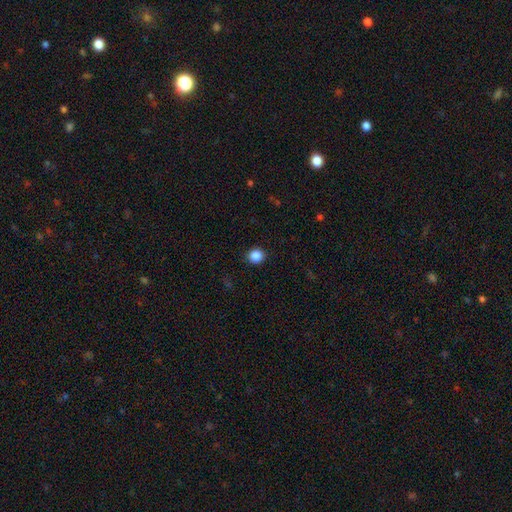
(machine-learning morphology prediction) smooth-or-featured: smooth: 87% | star or artifact: 10% | featured or disk: 3%
  how-rounded: round: 89% | in between: 10% | cigar-shaped: 1%
  merging: none: 92% | minor disturbance: 6% | major disturbance: 2% | merger: 1%